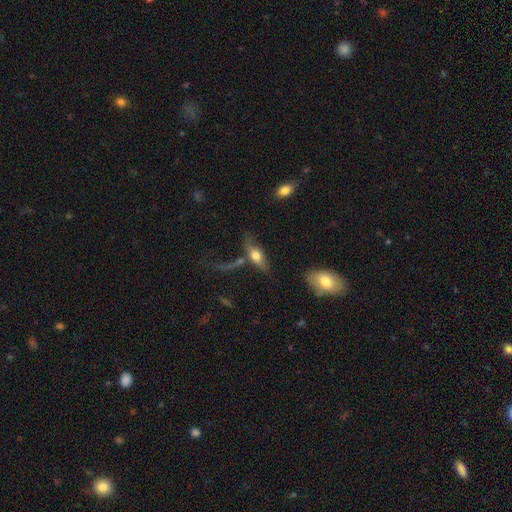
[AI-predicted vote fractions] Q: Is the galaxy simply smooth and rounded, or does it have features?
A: smooth — 61%.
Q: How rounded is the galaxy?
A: in between — 76%.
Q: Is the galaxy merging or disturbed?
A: none — 40%.